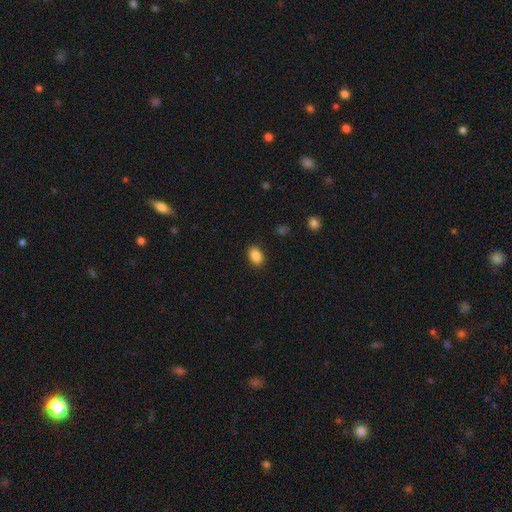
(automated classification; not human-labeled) smooth_or_featured: smooth (p=0.88) [alt: star or artifact p=0.08]
how_rounded: in between (p=0.85) [alt: round p=0.13]
merging: none (p=0.89) [alt: minor disturbance p=0.08]